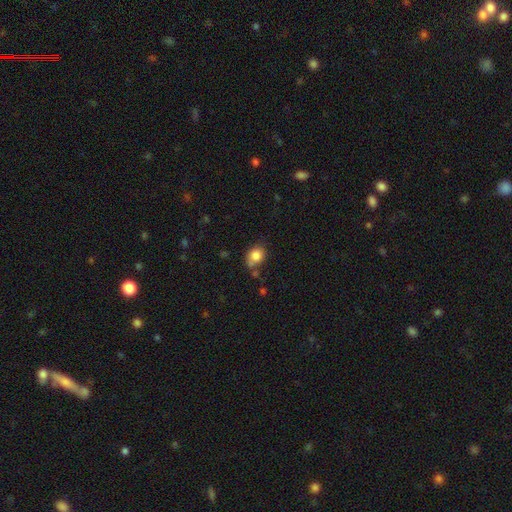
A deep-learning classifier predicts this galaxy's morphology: Smooth or featured? smooth (83%)
How rounded? round (61%)
Merging? none (60%)